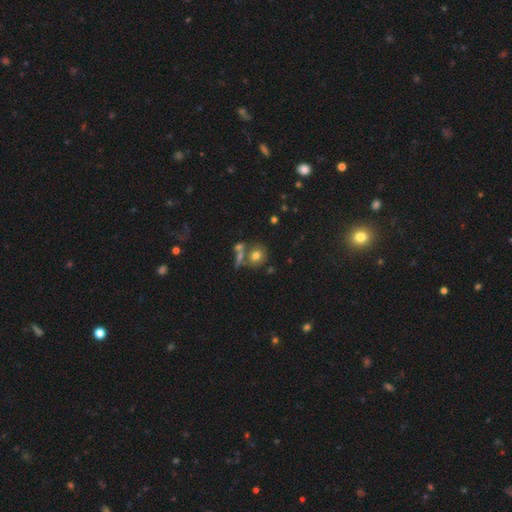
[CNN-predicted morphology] This appears to be a smooth galaxy with no disk features (69%) that is round (73%). Merging: none (56%).